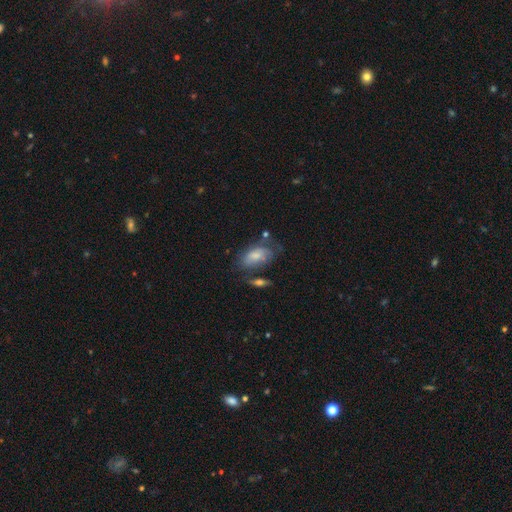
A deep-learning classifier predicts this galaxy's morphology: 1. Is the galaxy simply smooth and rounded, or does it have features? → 65% smooth, 28% featured or disk, 8% star or artifact.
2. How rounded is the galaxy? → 90% in between, 5% round, 4% cigar-shaped.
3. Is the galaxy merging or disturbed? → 43% none, 29% minor disturbance, 17% major disturbance, 11% merger.